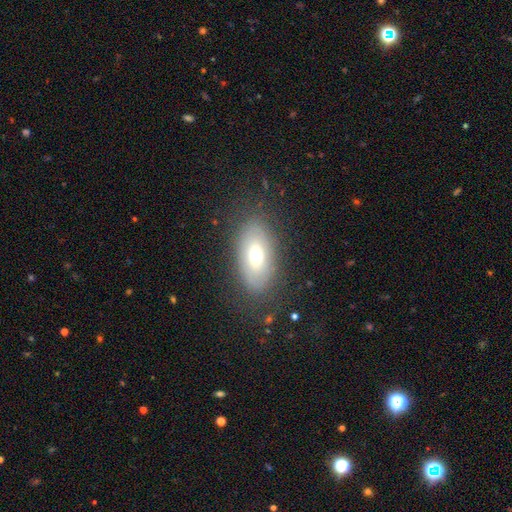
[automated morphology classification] A smooth galaxy with no disk features (60%) that is in between round and cigar-shaped (89%).

Vote fractions:
- Smooth or featured? smooth: 60% / featured or disk: 31% / star or artifact: 9%
- How rounded? in between: 89% / round: 7% / cigar-shaped: 5%
- Merging? none: 81% / minor disturbance: 13% / major disturbance: 5% / merger: 1%